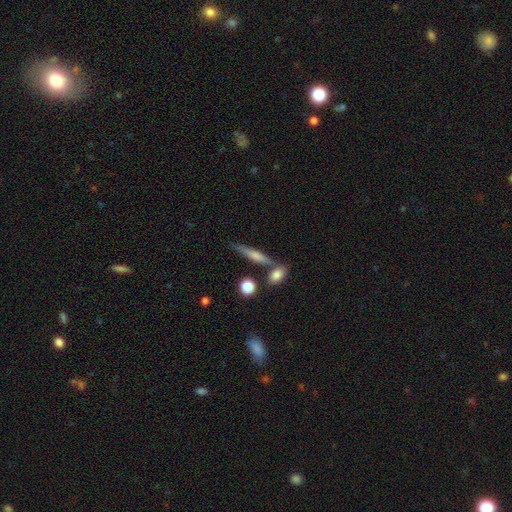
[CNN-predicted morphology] Smooth or featured? smooth (57%)
How rounded? cigar-shaped (79%)
Merging? none (68%)